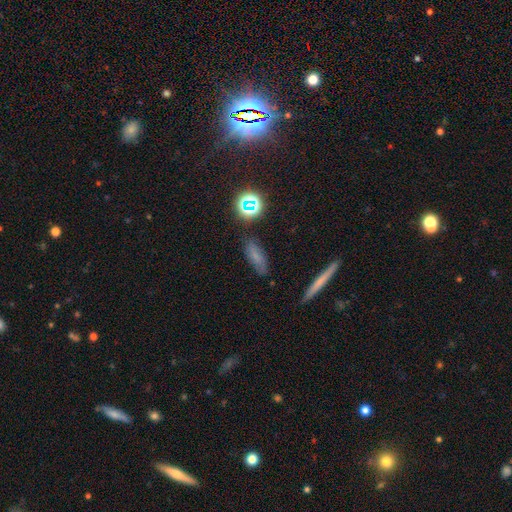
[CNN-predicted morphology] type=smooth (63%); roundness=in between (61%); merging=none (73%).